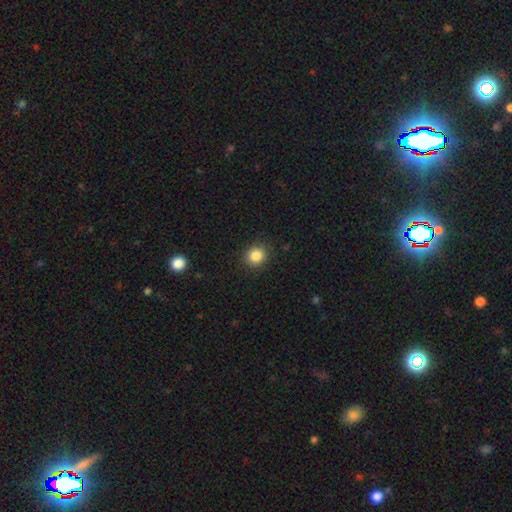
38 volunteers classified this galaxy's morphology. Volunteers were most divided on "merging": none: 86%, minor disturbance: 11%, major disturbance: 3%, merger: 0%. More confident: how rounded — round (88%); smooth or featured — smooth (87%).